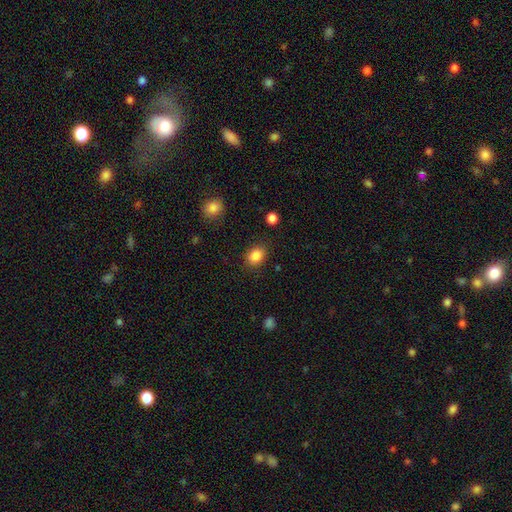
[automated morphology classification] Overall: smooth (86%). How rounded: in between (61%; round 38%). Merging: none (85%).